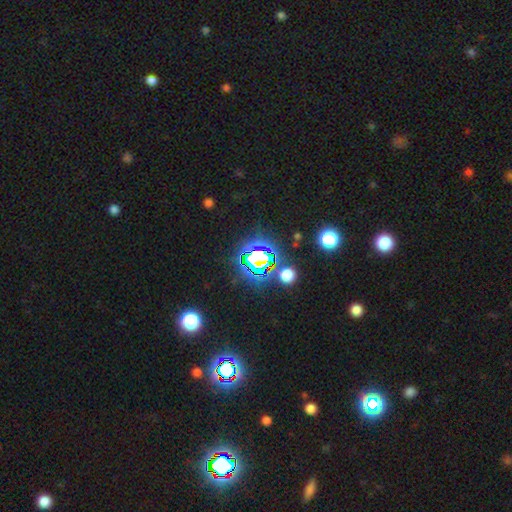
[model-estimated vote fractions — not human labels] This appears to be a star or artifact, not a galaxy (77%).